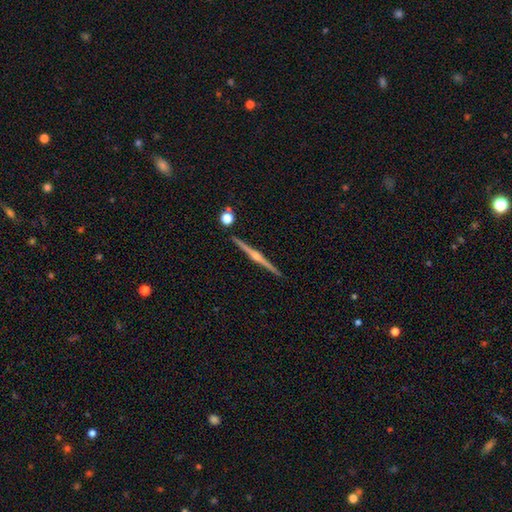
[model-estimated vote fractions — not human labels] A featured or disk galaxy (78%) viewed edge-on (98%) with a rounded central bulge (79%).

Vote fractions:
- Smooth or featured? featured or disk: 78% / smooth: 14% / star or artifact: 8%
- Edge-on disk? yes: 98% / no: 2%
- Edge-on bulge? rounded: 79% / none: 14% / boxy: 7%
- Merging? none: 89% / minor disturbance: 7% / merger: 3% / major disturbance: 2%